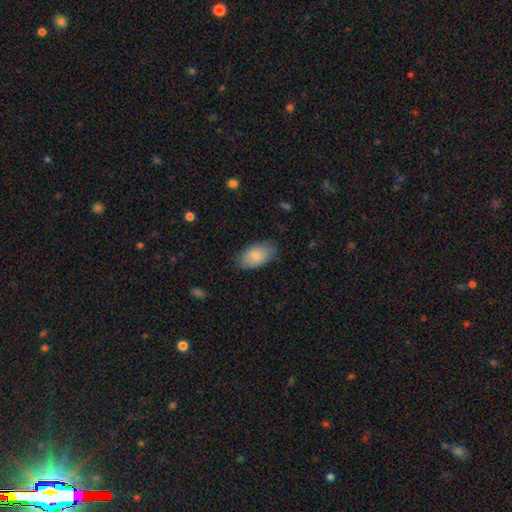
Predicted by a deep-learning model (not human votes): This appears to be a smooth galaxy with no disk features (84%) that is in between round and cigar-shaped (94%). Merging: none (80%).